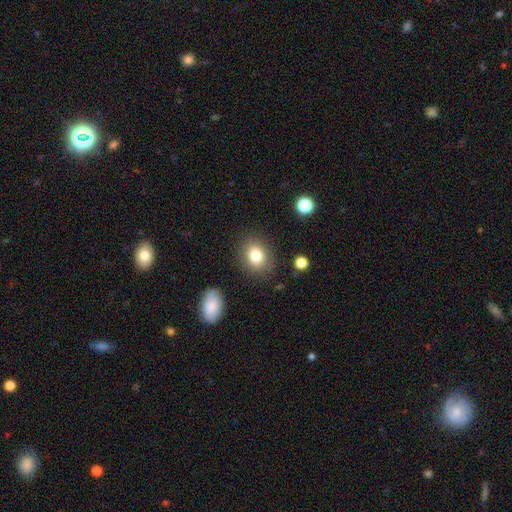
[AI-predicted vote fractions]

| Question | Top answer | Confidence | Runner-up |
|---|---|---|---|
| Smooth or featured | smooth | 80% | star or artifact (10%) |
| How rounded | in between | 51% | round (48%) |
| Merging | none | 85% | minor disturbance (10%) |